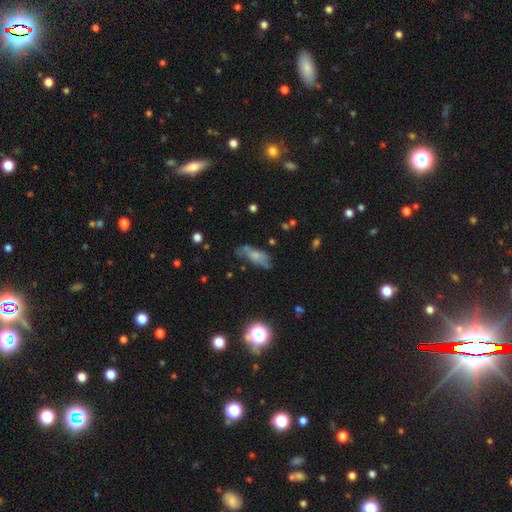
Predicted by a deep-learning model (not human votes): smooth-or-featured: smooth: 60% | featured or disk: 29% | star or artifact: 11%
  how-rounded: in between: 66% | cigar-shaped: 31% | round: 3%
  merging: none: 49% | minor disturbance: 31% | major disturbance: 15% | merger: 5%